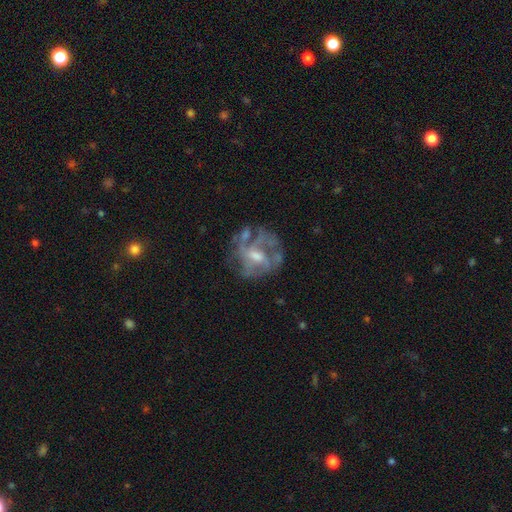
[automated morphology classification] Smooth or featured? featured or disk (71%)
Edge-on disk? no (97%)
Bar? no (52%)
Spiral arms? no (51%)
Bulge size? moderate (55%)
Merging? none (55%)